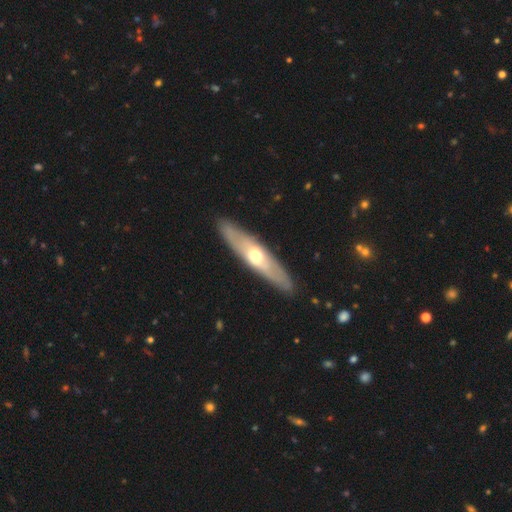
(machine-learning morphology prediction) smooth_or_featured: featured or disk (p=0.58) [alt: smooth p=0.37]
disk_edge_on: yes (p=0.56) [alt: no p=0.44]
merging: none (p=0.88) [alt: minor disturbance p=0.08]